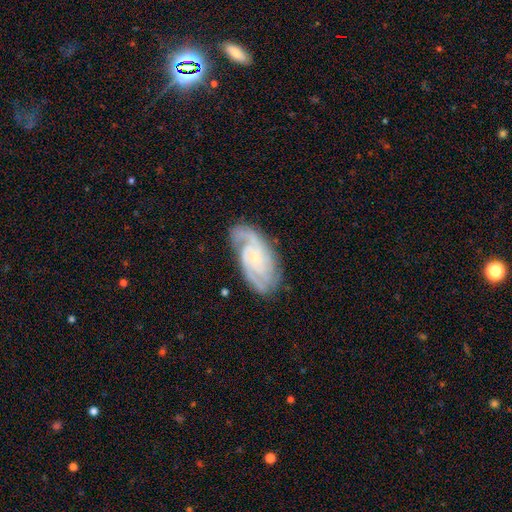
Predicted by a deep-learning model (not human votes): smooth-or-featured: featured or disk: 82% | smooth: 11% | star or artifact: 7%
  disk-edge-on: no: 96% | yes: 4%
    bar: no: 63% | weak: 29% | strong: 7%
    has-spiral-arms: yes: 97% | no: 3%
      spiral-winding: tight: 60% | medium: 33% | loose: 7%
      spiral-arm-count: 2: 35% | 3: 32% | can't tell: 16% | 4: 7% | 1: 5% | more than 4: 4%
    bulge-size: small: 69% | moderate: 15% | none: 13% | large: 2% | dominant: 1%
  merging: none: 76% | minor disturbance: 17% | major disturbance: 5% | merger: 1%